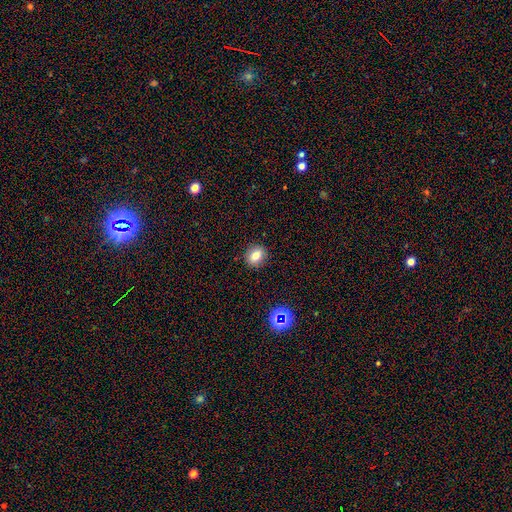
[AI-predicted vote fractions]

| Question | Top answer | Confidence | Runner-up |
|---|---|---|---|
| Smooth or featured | smooth | 75% | star or artifact (14%) |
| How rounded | round | 68% | in between (31%) |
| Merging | none | 89% | minor disturbance (8%) |